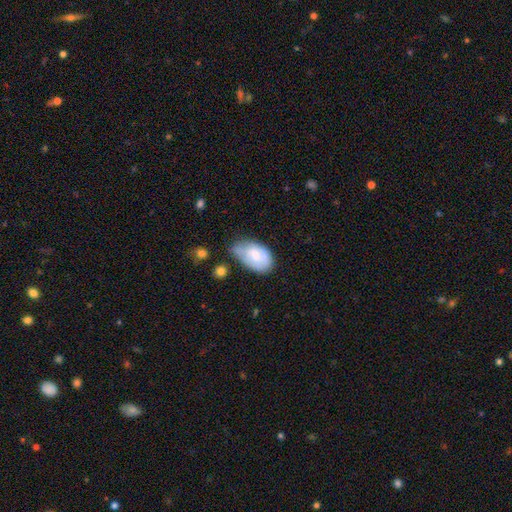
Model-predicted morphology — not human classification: This is likely a smooth galaxy (67%). How rounded: clearly in between (92%). Merging: marginally minor disturbance (43%).